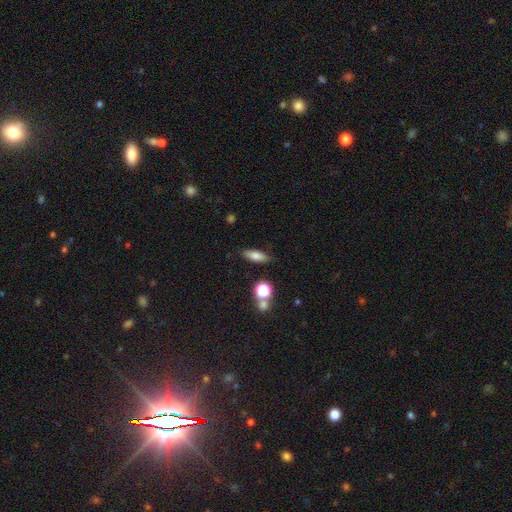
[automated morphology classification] This appears to be a smooth galaxy with no disk features (70%) that is in between round and cigar-shaped (54%). Merging: none (82%).